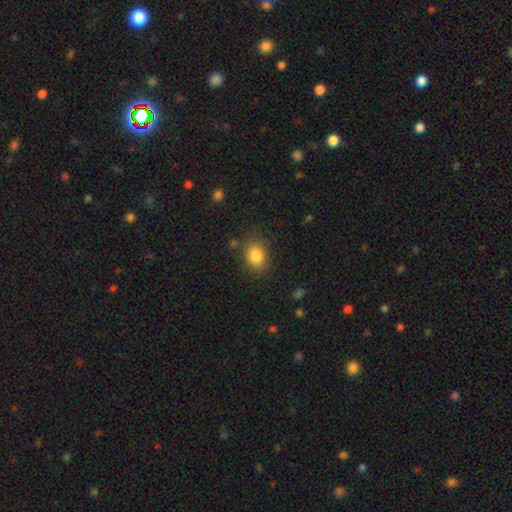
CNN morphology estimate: This appears to be a smooth galaxy with no disk features (84%) that is in between round and cigar-shaped (55%). Merging: none (82%).